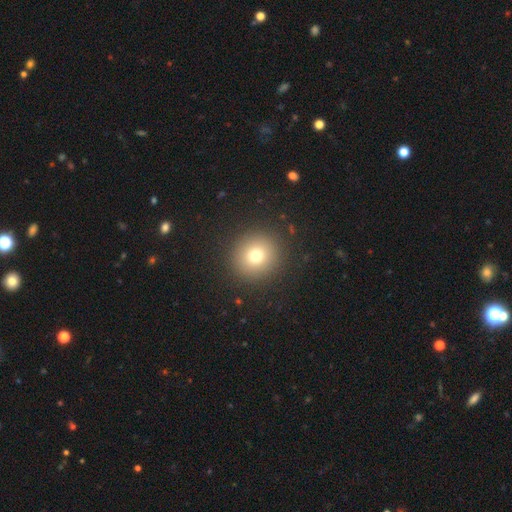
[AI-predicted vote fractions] smooth 76%, star or artifact 14%, featured or disk 10%. Down the decision tree: how rounded — round (91%); merging — none (91%).